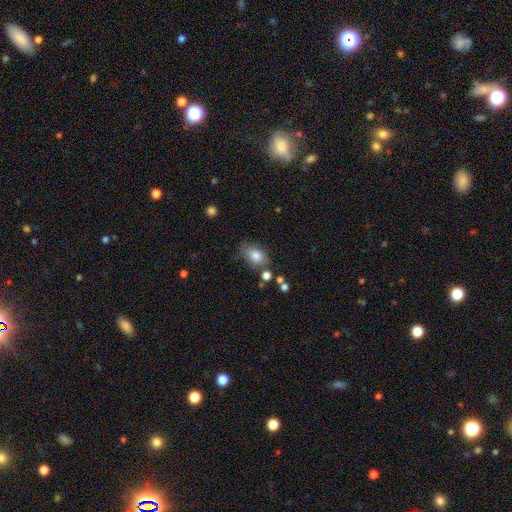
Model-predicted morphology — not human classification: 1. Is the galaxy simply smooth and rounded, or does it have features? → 80% smooth, 11% featured or disk, 9% star or artifact.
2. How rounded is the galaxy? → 83% in between, 15% round, 2% cigar-shaped.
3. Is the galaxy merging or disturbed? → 67% none, 20% minor disturbance, 8% merger, 6% major disturbance.